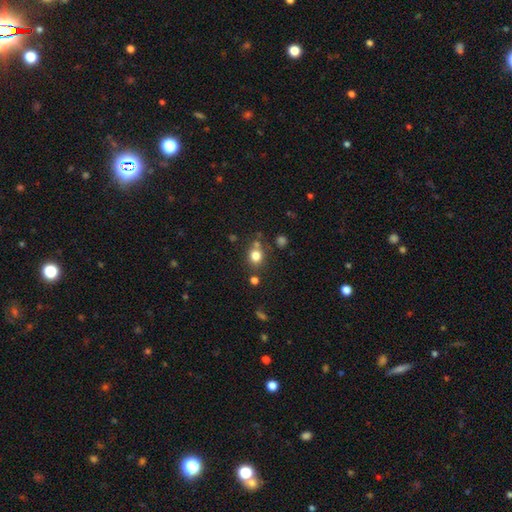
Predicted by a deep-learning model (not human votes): Overall: smooth (78%). How rounded: round (77%). Merging: none (70%).